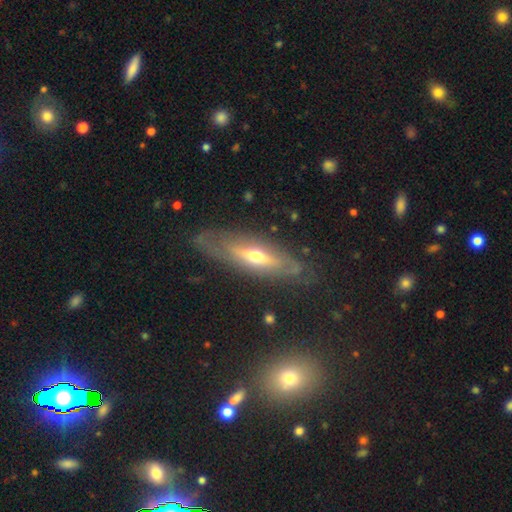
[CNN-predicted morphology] smooth-or-featured: featured or disk: 68% | smooth: 26% | star or artifact: 6%
  disk-edge-on: yes: 57% | no: 43%
  merging: none: 74% | minor disturbance: 16% | major disturbance: 8% | merger: 2%